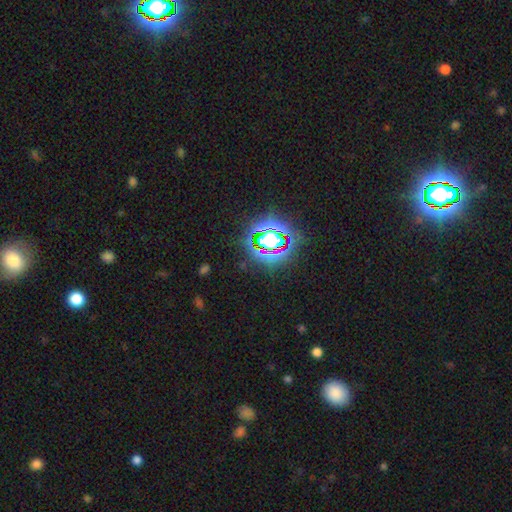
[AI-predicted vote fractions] Smooth or featured? Predicted: star or artifact (p=0.80).